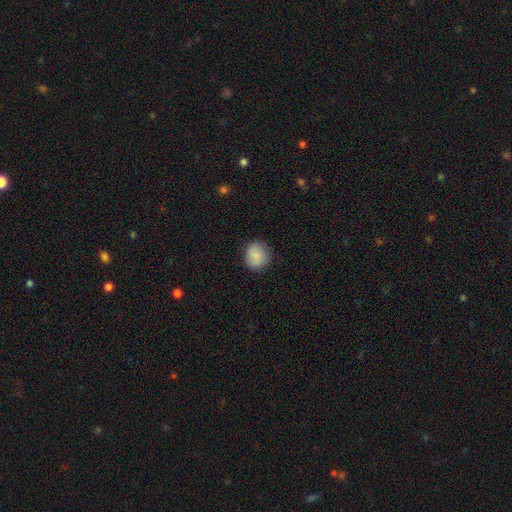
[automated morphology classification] smooth 86%, star or artifact 8%, featured or disk 7%. Down the decision tree: how rounded — round (82%); merging — none (85%).